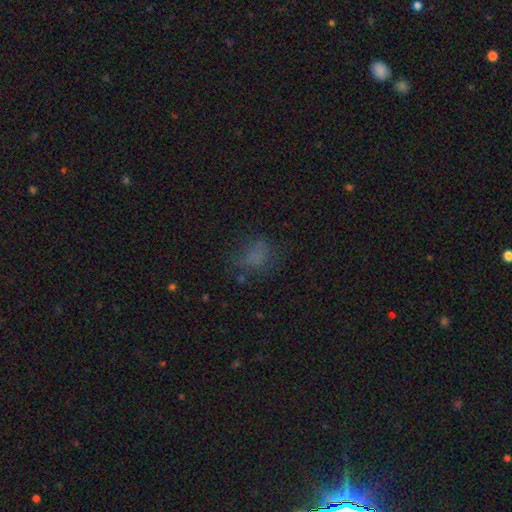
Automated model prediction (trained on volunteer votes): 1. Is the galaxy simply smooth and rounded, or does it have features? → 64% smooth, 21% star or artifact, 14% featured or disk.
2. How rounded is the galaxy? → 60% in between, 38% round, 2% cigar-shaped.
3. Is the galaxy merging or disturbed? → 54% none, 23% minor disturbance, 20% major disturbance, 3% merger.